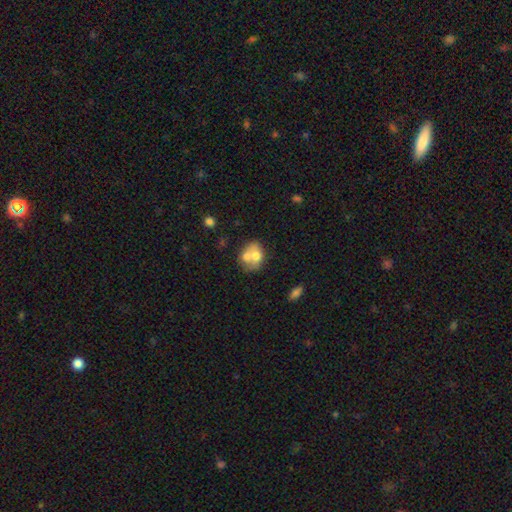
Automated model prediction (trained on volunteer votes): Smooth or featured: smooth — 61% (featured or disk — 30%)
How rounded: in between — 50% (round — 49%)
Merging: merger — 59% (none — 26%)